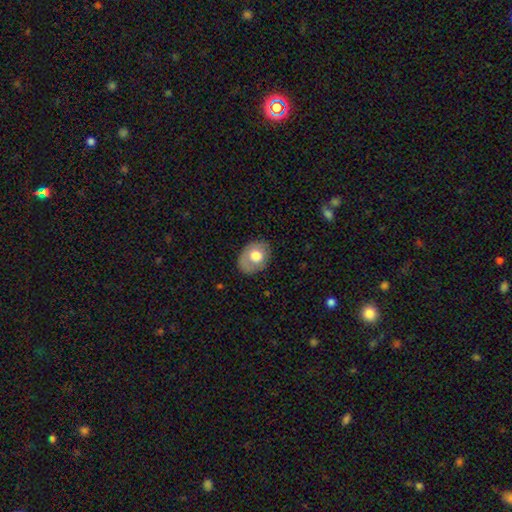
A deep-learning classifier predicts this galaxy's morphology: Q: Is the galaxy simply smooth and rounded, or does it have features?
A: smooth — 67%.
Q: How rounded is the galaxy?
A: in between — 60%.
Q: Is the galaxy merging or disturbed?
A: none — 75%.